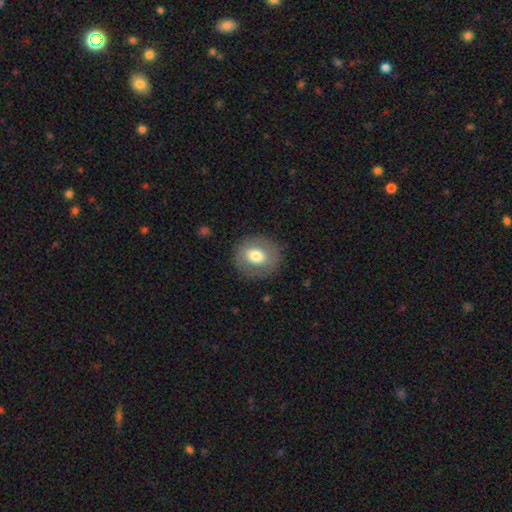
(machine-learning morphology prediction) Smooth or featured?
  - smooth: 69% *
  - featured or disk: 23%
  - star or artifact: 8%
How rounded?
  - round: 75% *
  - in between: 24%
  - cigar-shaped: 1%
Merging?
  - none: 85% *
  - minor disturbance: 9%
  - major disturbance: 4%
  - merger: 1%